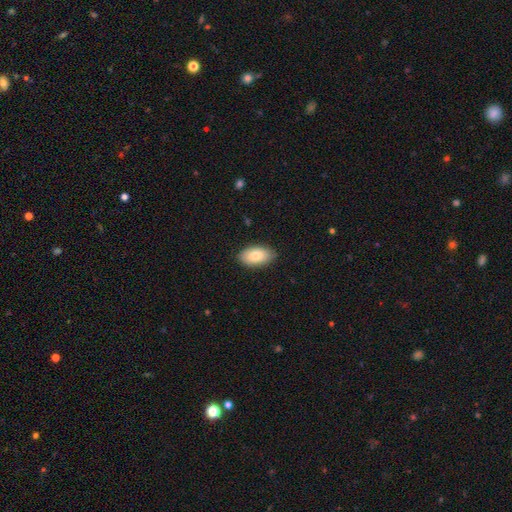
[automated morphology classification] The model was most divided on "smooth or featured": smooth: 81%, featured or disk: 13%, star or artifact: 6%. More confident: how rounded — in between (94%); merging — none (85%).